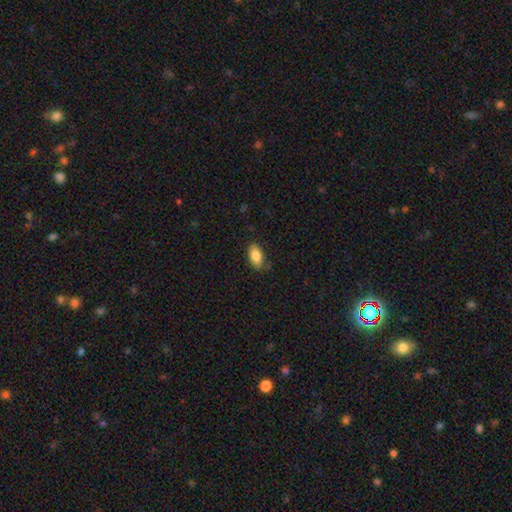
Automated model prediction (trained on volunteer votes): smooth-or-featured: smooth: 84% | featured or disk: 9% | star or artifact: 7%
  how-rounded: in between: 92% | cigar-shaped: 4% | round: 4%
  merging: none: 82% | minor disturbance: 14% | major disturbance: 3% | merger: 1%